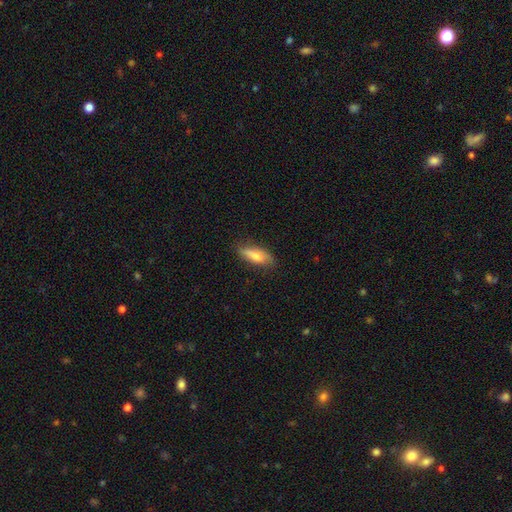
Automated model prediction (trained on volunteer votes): The model was most divided on "how rounded": in between: 56%, cigar-shaped: 41%, round: 2%. More confident: merging — none (78%); smooth or featured — smooth (73%).